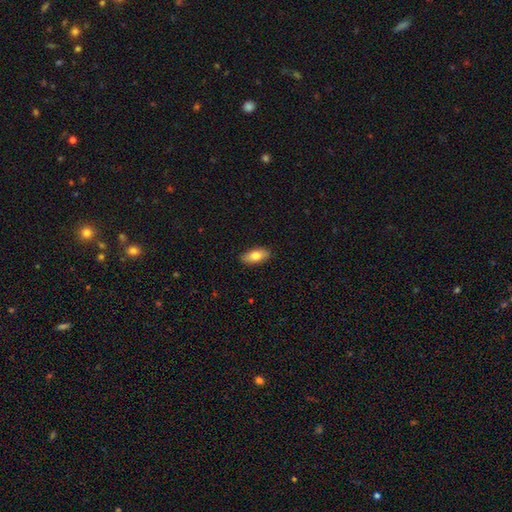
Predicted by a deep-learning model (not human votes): Q: Smooth or featured?
A: smooth (78%); runner-up: featured or disk (16%)
Q: How rounded?
A: in between (87%); runner-up: cigar-shaped (10%)
Q: Merging?
A: none (89%); runner-up: minor disturbance (9%)